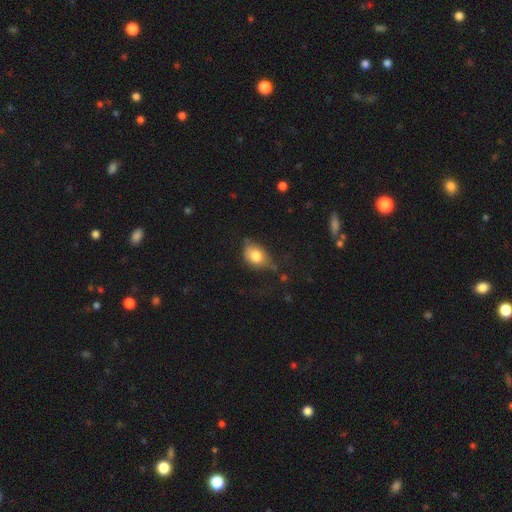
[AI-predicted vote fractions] smooth-or-featured: smooth: 78% | featured or disk: 14% | star or artifact: 9%
  how-rounded: in between: 69% | round: 29% | cigar-shaped: 2%
  merging: none: 47% | minor disturbance: 35% | major disturbance: 15% | merger: 3%